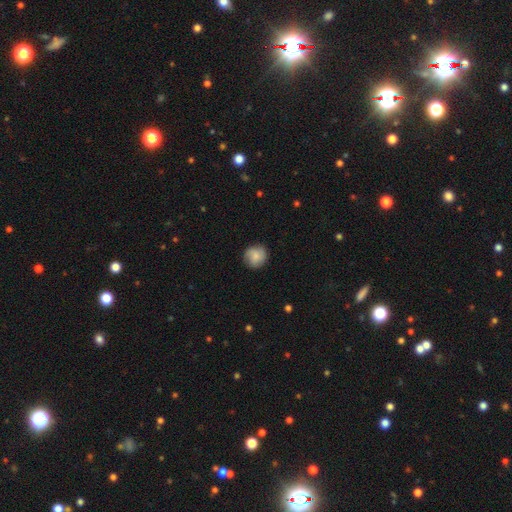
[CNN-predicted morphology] Smooth or featured? smooth (74%)
How rounded? round (89%)
Merging? none (81%)